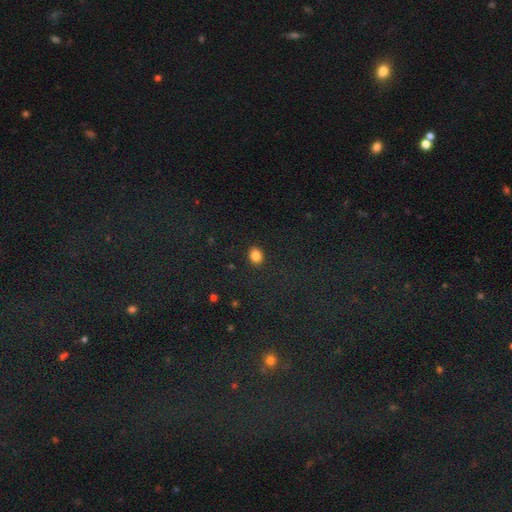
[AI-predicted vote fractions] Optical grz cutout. It shows a smooth galaxy with no disk features (84%) that is round (55%). Merging: none (90%).